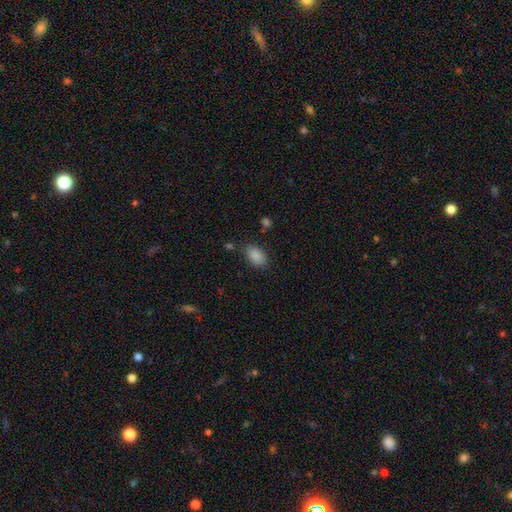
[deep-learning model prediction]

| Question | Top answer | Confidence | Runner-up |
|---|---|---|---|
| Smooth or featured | smooth | 88% | star or artifact (8%) |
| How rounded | in between | 88% | round (11%) |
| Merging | none | 80% | minor disturbance (13%) |